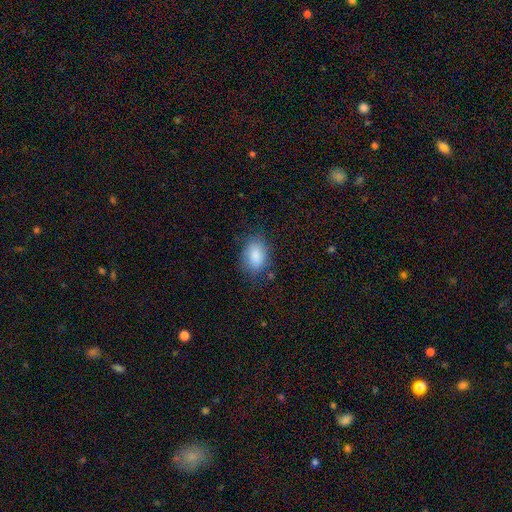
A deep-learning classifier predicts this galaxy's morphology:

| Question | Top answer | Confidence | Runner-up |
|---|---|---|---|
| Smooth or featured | smooth | 85% | featured or disk (8%) |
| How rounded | in between | 82% | round (16%) |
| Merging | none | 74% | minor disturbance (19%) |